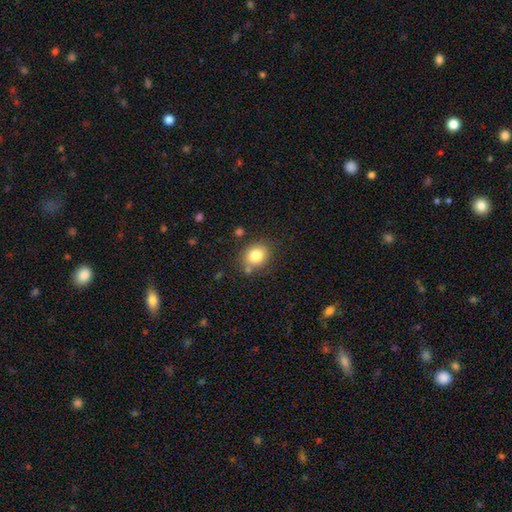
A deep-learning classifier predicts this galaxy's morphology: This is clearly a smooth galaxy (81%). How rounded: likely round (65%). Merging: likely none (76%).